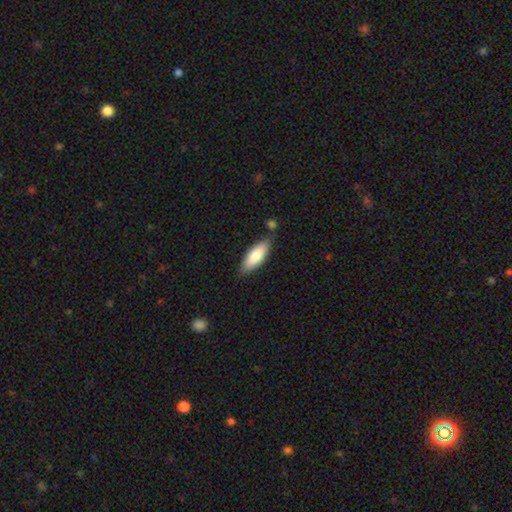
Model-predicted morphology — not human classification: Q: Smooth or featured?
A: smooth (78%); runner-up: featured or disk (16%)
Q: How rounded?
A: in between (64%); runner-up: cigar-shaped (35%)
Q: Merging?
A: none (75%); runner-up: minor disturbance (16%)